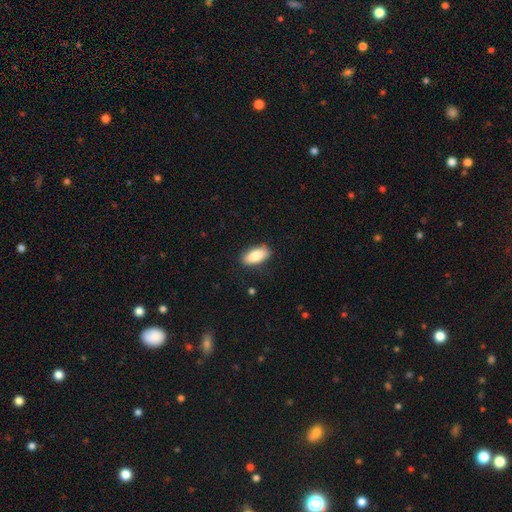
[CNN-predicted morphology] Smooth or featured: smooth — 86% (featured or disk — 8%)
How rounded: in between — 88% (cigar-shaped — 9%)
Merging: none — 85% (minor disturbance — 11%)